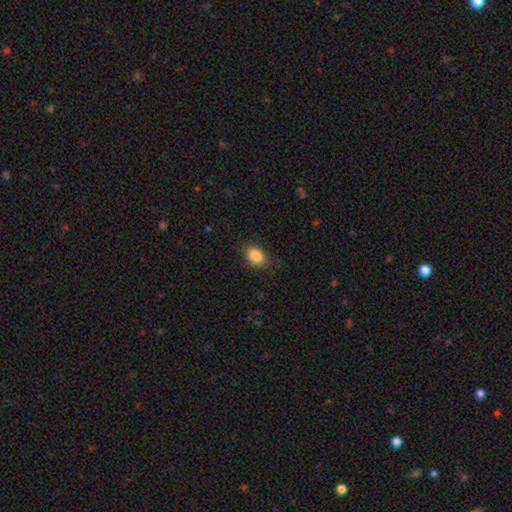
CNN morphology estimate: type=smooth (88%); roundness=in between (79%); merging=none (83%).